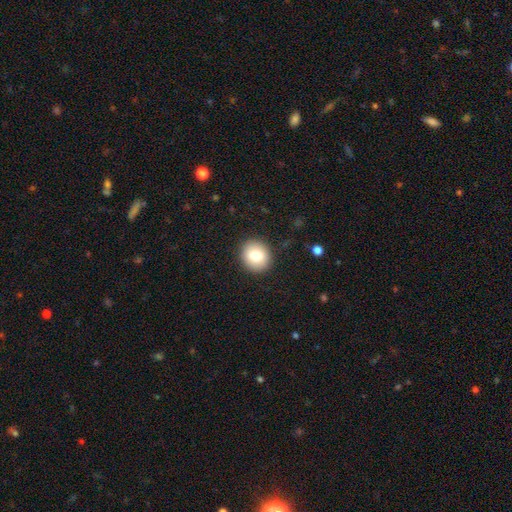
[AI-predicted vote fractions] Q: Smooth or featured?
A: smooth (79%); runner-up: featured or disk (11%)
Q: How rounded?
A: round (85%); runner-up: in between (14%)
Q: Merging?
A: none (91%); runner-up: minor disturbance (6%)